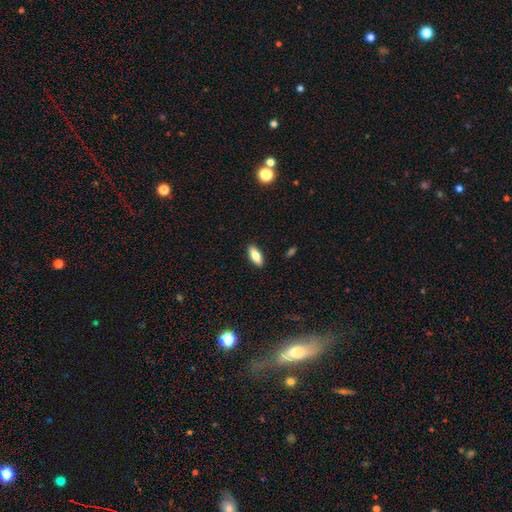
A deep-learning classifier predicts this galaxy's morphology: Overall: smooth (78%). How rounded: in between (78%). Merging: none (90%).